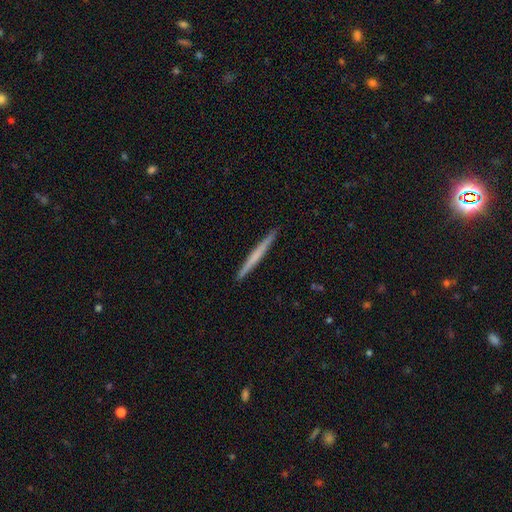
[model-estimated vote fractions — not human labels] The model was most divided on "smooth or featured": smooth: 49%, featured or disk: 46%, star or artifact: 5%. More confident: merging — none (93%).